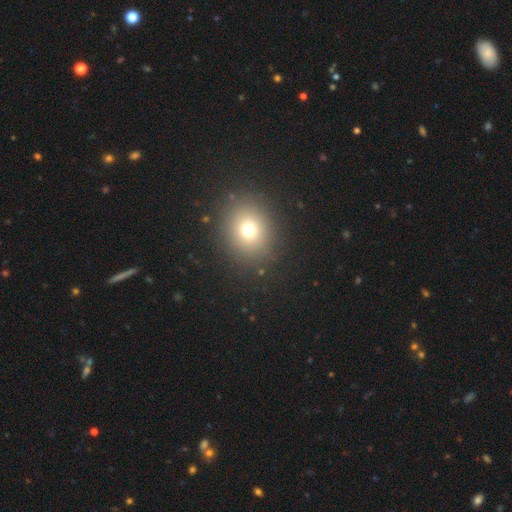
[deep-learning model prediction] Smooth or featured? Predicted: smooth (p=0.69). How rounded? Predicted: round (p=0.72). Merging? Predicted: none (p=0.92).